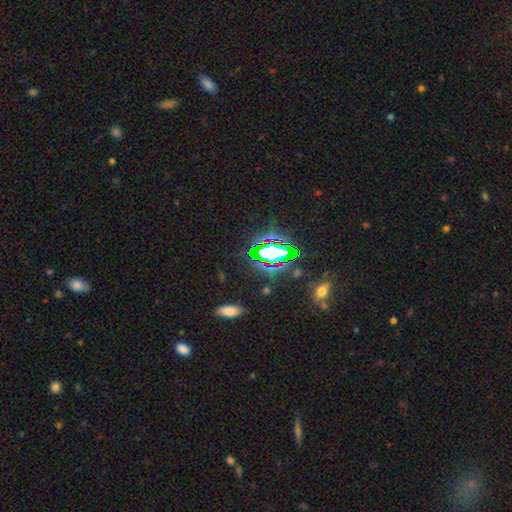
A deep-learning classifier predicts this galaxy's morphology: smooth_or_featured: star or artifact (p=0.78) [alt: smooth p=0.13]